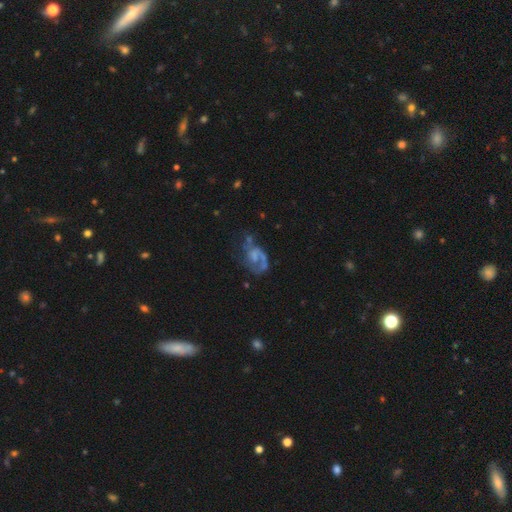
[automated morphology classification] A featured or disk galaxy (70%) with no bar (65%), 1 (48%) loose (43%) spiral arms (76%) and no central bulge (48%). Merging: none (36%, tied with major disturbance).